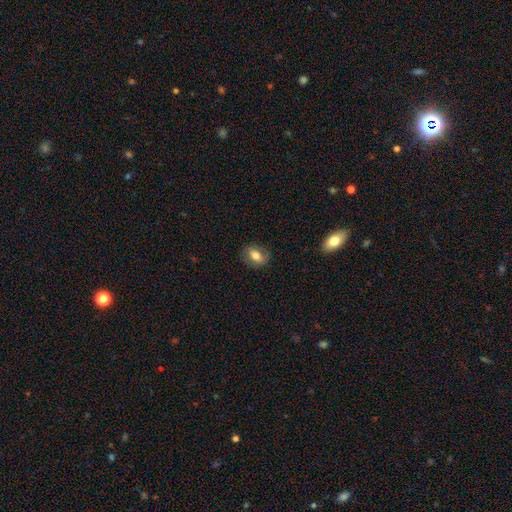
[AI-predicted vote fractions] The model was most divided on "smooth or featured": smooth: 68%, featured or disk: 24%, star or artifact: 8%. More confident: merging — none (81%); how rounded — in between (74%).